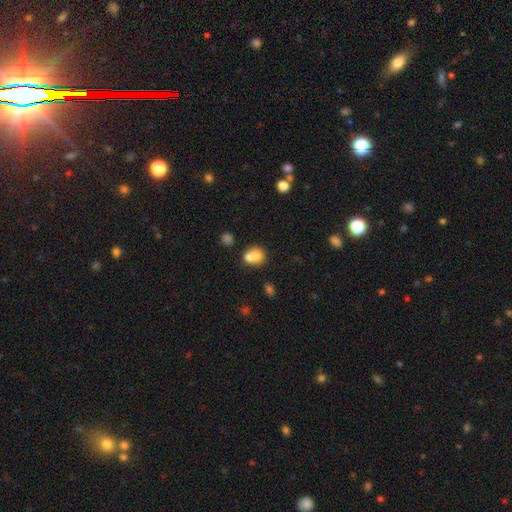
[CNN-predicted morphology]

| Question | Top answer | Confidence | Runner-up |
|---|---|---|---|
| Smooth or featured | smooth | 72% | featured or disk (18%) |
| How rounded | round | 75% | in between (24%) |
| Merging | merger | 62% | none (30%) |